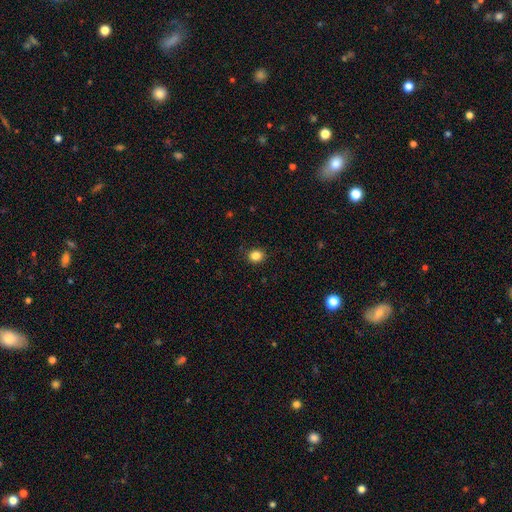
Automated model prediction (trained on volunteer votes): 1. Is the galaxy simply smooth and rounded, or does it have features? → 85% smooth, 11% star or artifact, 4% featured or disk.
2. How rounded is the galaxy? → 76% round, 23% in between, 1% cigar-shaped.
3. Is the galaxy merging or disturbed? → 90% none, 7% minor disturbance, 2% major disturbance, 1% merger.